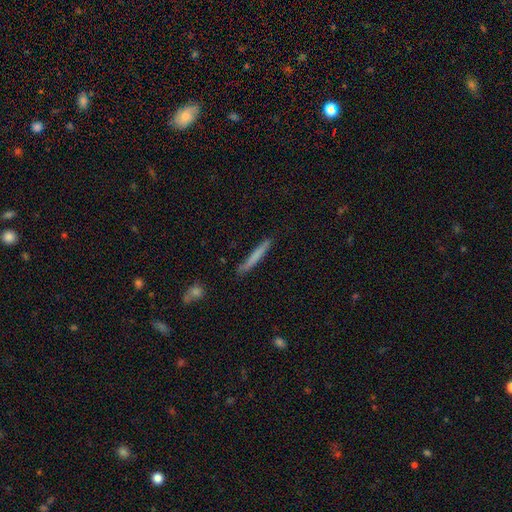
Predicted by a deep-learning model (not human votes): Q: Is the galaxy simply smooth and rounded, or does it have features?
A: smooth — 70%.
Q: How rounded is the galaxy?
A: cigar-shaped — 96%.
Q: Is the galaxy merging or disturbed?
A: none — 85%.